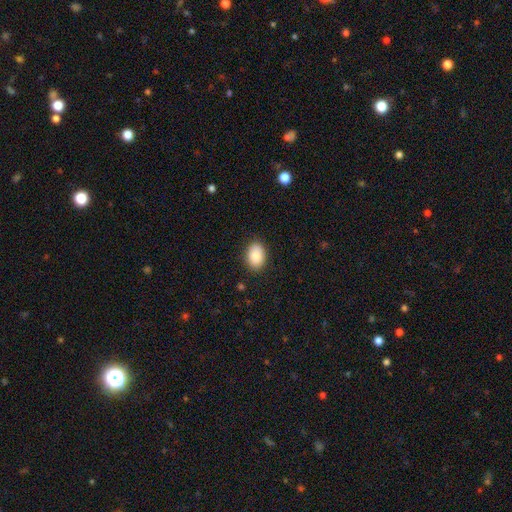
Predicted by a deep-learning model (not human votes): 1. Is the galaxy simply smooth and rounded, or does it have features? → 87% smooth, 7% star or artifact, 5% featured or disk.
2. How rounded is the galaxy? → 82% in between, 17% round, 1% cigar-shaped.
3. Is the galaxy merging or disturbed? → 87% none, 10% minor disturbance, 2% major disturbance, 1% merger.